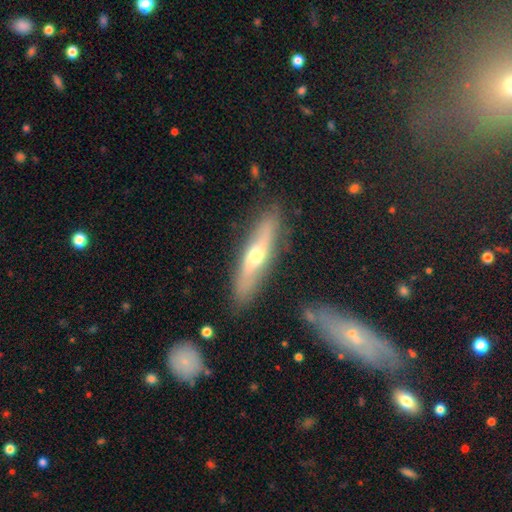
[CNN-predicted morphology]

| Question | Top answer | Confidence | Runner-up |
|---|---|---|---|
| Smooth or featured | featured or disk | 58% | smooth (36%) |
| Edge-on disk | yes | 73% | no (27%) |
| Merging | none | 82% | minor disturbance (12%) |